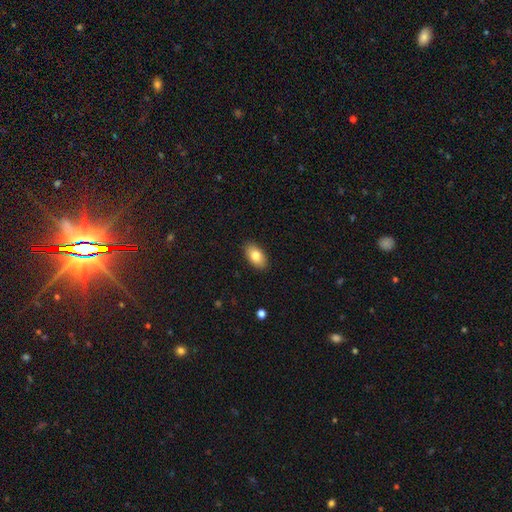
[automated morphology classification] Q: Smooth or featured?
A: smooth (81%); runner-up: featured or disk (12%)
Q: How rounded?
A: in between (93%); runner-up: round (5%)
Q: Merging?
A: none (89%); runner-up: minor disturbance (8%)